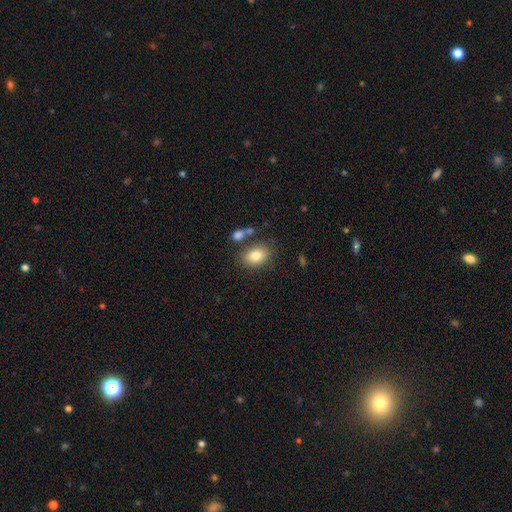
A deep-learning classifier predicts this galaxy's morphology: smooth 81%, featured or disk 10%, star or artifact 9%. Down the decision tree: how rounded — in between (79%); merging — none (73%).